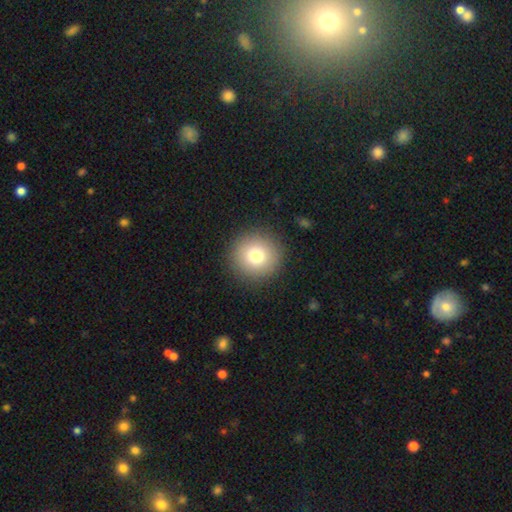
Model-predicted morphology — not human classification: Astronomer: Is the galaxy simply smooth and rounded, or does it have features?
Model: smooth — 78%.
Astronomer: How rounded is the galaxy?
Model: round — 95%.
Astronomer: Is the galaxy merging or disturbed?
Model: none — 91%.